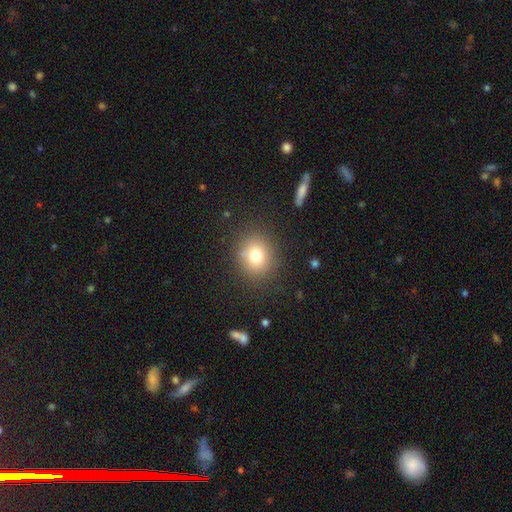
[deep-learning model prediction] Smooth or featured? Predicted: smooth (p=0.76). How rounded? Predicted: round (p=0.78). Merging? Predicted: none (p=0.85).